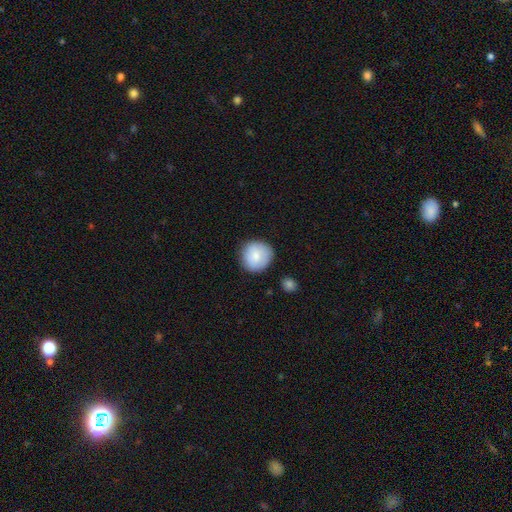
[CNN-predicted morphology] type=smooth (82%); roundness=round (92%); merging=none (84%).